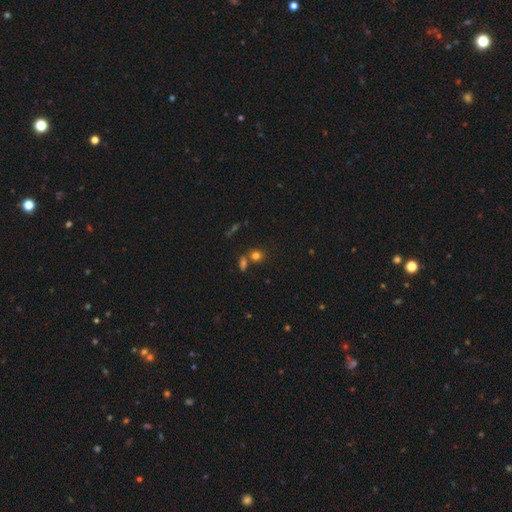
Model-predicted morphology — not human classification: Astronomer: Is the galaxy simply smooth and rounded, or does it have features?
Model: smooth — 76%.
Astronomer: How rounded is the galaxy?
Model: round — 73%.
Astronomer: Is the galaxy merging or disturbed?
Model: none — 63%.